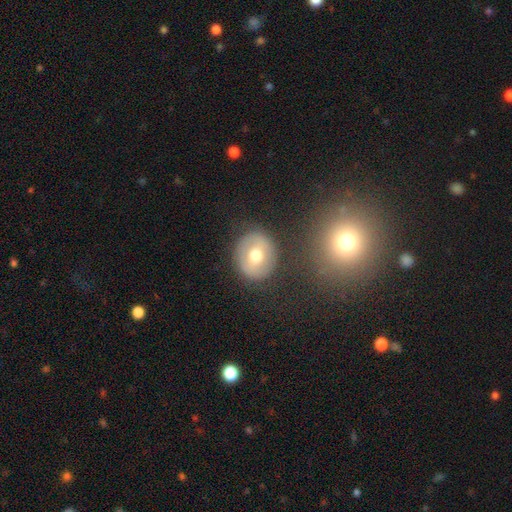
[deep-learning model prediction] Smooth or featured? Predicted: smooth (p=0.56). How rounded? Predicted: round (p=0.73). Merging? Predicted: none (p=0.82).